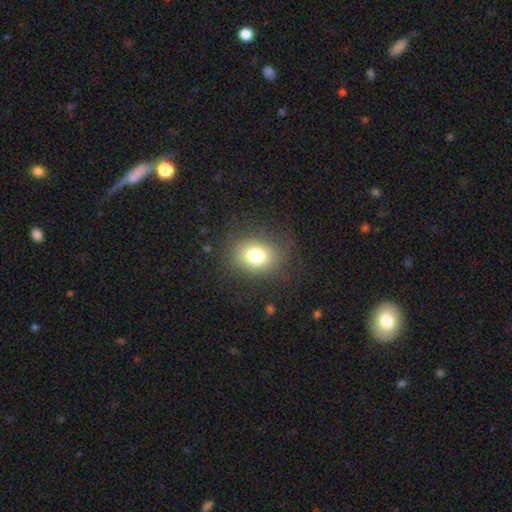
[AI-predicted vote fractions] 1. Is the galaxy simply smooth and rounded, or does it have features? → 76% smooth, 13% star or artifact, 11% featured or disk.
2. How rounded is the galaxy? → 57% round, 42% in between, 1% cigar-shaped.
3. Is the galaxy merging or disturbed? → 78% none, 13% minor disturbance, 8% major disturbance, 1% merger.